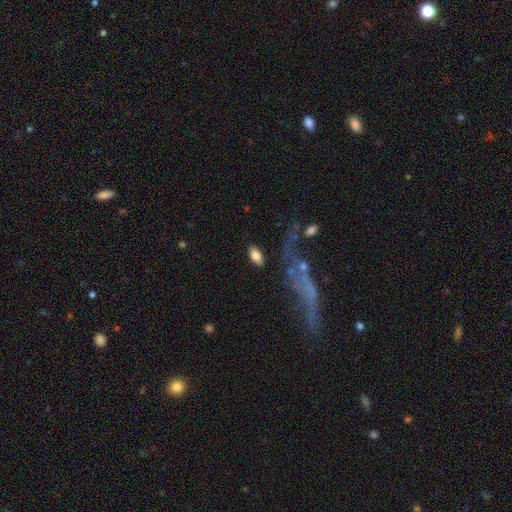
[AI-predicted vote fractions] Morphology: type=smooth (78%); roundness=in between (93%); merging=none (79%).